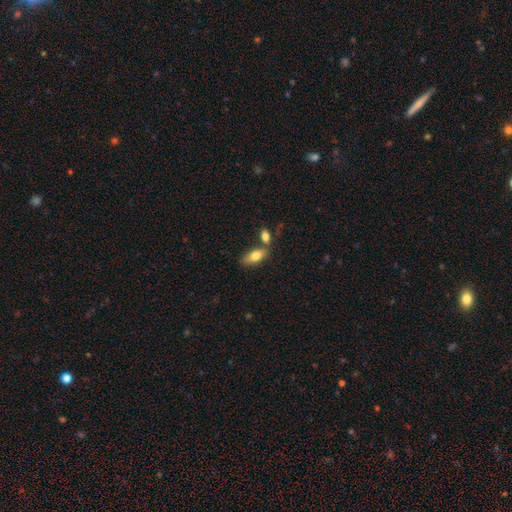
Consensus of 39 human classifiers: Smooth or featured: smooth — 64% (featured or disk — 31%)
How rounded: in between — 68% (cigar-shaped — 28%)
Merging: none — 54% (minor disturbance — 30%)